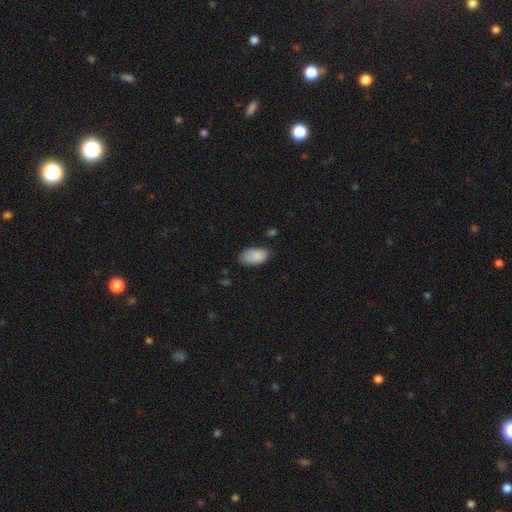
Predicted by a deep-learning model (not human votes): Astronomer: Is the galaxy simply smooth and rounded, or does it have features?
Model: smooth — 87%.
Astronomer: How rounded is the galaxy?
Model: in between — 94%.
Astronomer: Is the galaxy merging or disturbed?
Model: none — 66%.